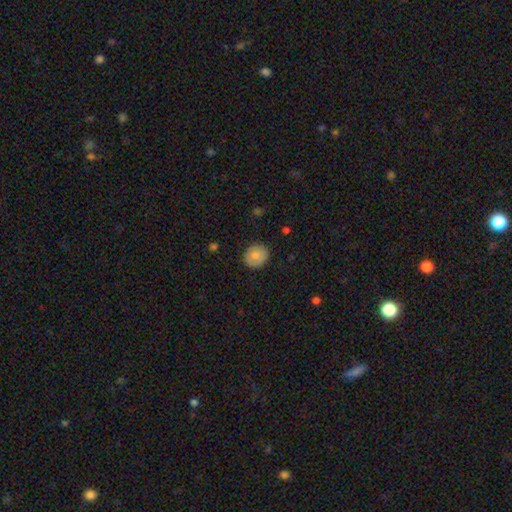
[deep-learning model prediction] A smooth galaxy with no disk features (79%) that is round (84%). Merging: none (87%).